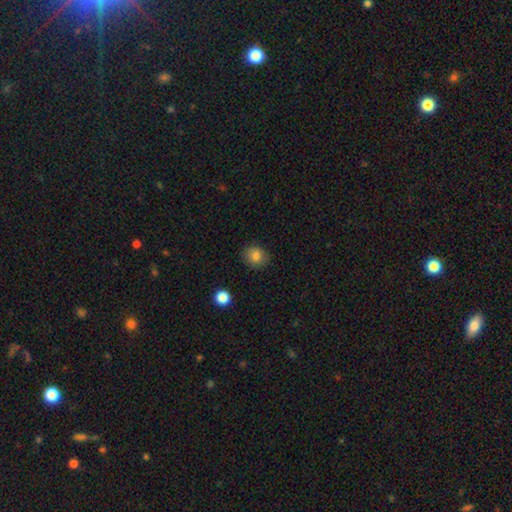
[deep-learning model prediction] Smooth or featured: smooth — 84% (star or artifact — 10%)
How rounded: round — 73% (in between — 26%)
Merging: none — 86% (minor disturbance — 10%)